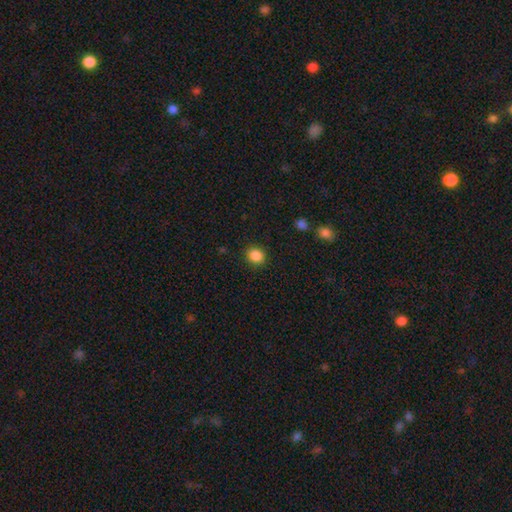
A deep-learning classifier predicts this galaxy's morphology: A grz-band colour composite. It shows a smooth galaxy with no disk features (87%) that is round (75%). Merging: none (89%).